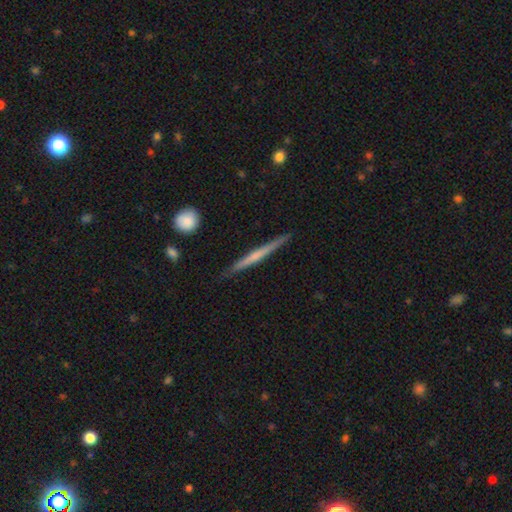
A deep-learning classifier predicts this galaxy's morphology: Smooth or featured: featured or disk — 57% (smooth — 38%)
Edge-on disk: yes — 97% (no — 3%)
Edge-on bulge: none — 66% (rounded — 26%)
Merging: none — 88% (minor disturbance — 9%)